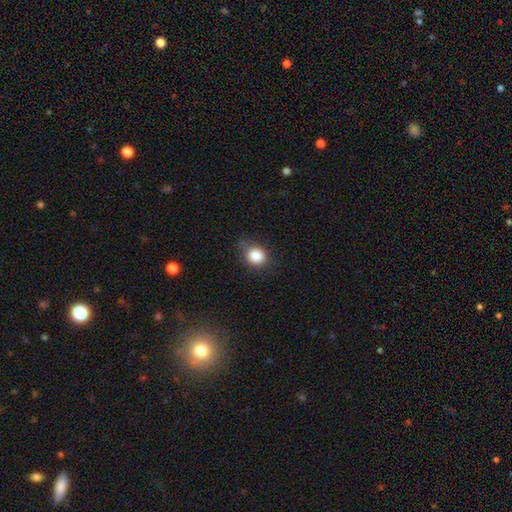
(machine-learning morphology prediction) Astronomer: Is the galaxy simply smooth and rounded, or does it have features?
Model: smooth — 85%.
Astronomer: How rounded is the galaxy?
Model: round — 73%.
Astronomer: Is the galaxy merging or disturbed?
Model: none — 70%.